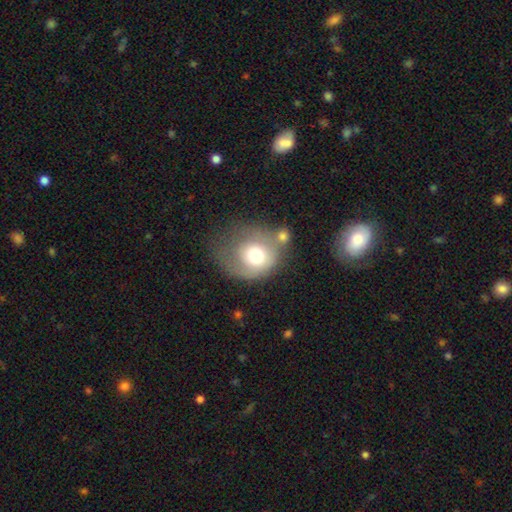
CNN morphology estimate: Overall: smooth (65%; featured or disk 26%). How rounded: round (74%). Merging: none (33%; merger 25%).